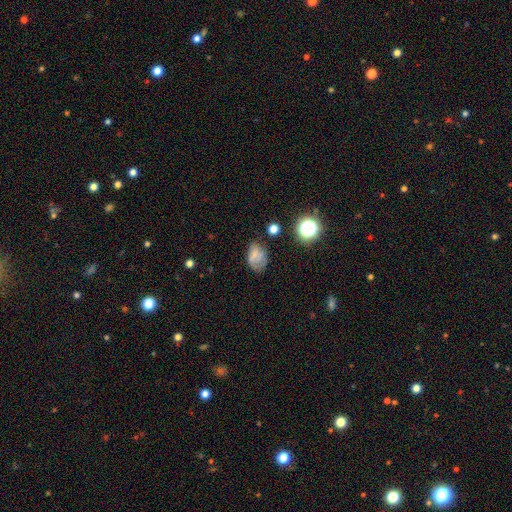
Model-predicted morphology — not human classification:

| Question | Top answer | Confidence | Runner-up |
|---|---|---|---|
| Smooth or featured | smooth | 62% | featured or disk (21%) |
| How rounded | in between | 79% | round (19%) |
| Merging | none | 54% | minor disturbance (28%) |